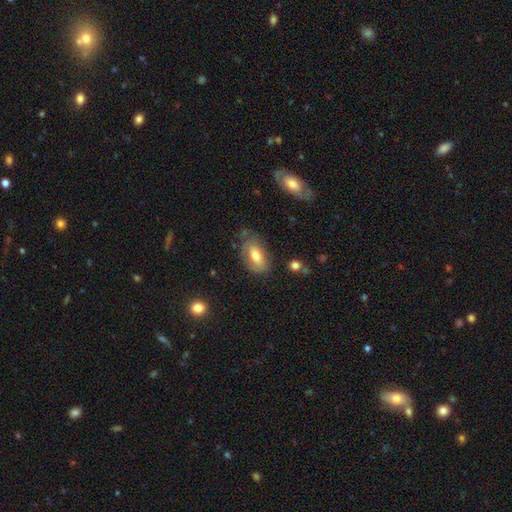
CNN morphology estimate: smooth_or_featured: smooth (p=0.60) [alt: featured or disk p=0.33]
how_rounded: in between (p=0.90) [alt: cigar-shaped p=0.05]
merging: none (p=0.63) [alt: minor disturbance p=0.25]